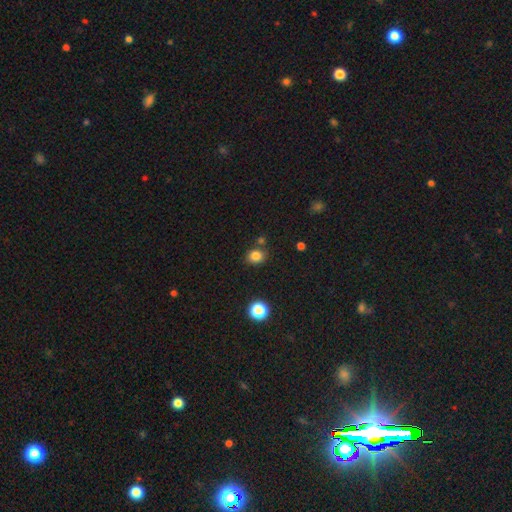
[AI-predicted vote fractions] This appears to be a smooth galaxy with no disk features (82%) that is round (61%). Merging: none (77%).